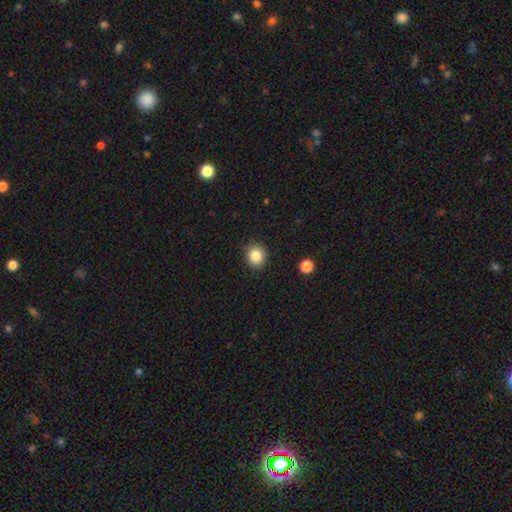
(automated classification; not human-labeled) Morphology: type=smooth (85%); roundness=round (85%); merging=none (89%).